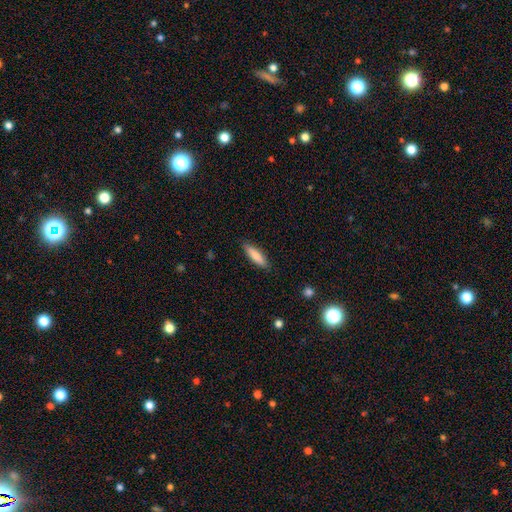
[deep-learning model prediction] A smooth galaxy with no disk features (82%) that is cigar-shaped (65%).

Vote fractions:
- Smooth or featured? smooth: 82% / featured or disk: 12% / star or artifact: 6%
- How rounded? cigar-shaped: 65% / in between: 33% / round: 1%
- Merging? none: 87% / minor disturbance: 9% / major disturbance: 2% / merger: 1%